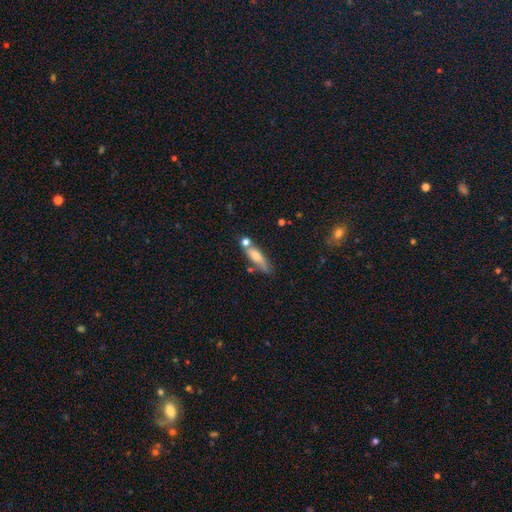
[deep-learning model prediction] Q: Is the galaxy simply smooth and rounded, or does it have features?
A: smooth — 65%.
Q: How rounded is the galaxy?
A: cigar-shaped — 62%.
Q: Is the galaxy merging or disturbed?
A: none — 55%.